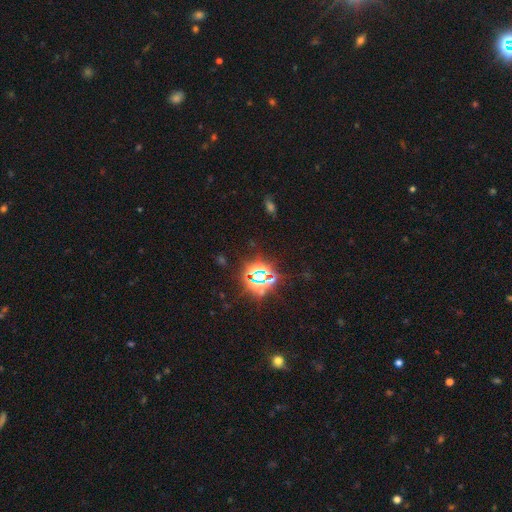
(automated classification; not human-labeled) Smooth or featured?
  - star or artifact: 75% *
  - smooth: 17%
  - featured or disk: 8%